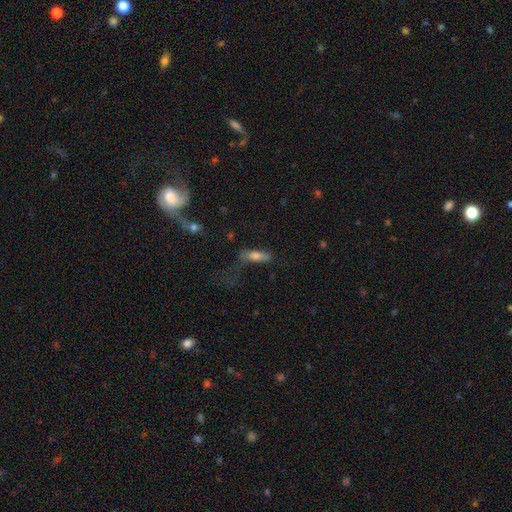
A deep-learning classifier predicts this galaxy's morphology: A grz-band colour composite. It shows a smooth galaxy with no disk features (67%) that is in between round and cigar-shaped (49%). Merging: none (38%).